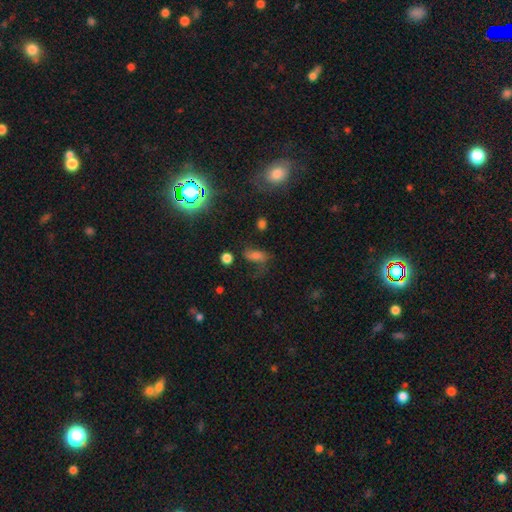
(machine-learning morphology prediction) This appears to be a smooth galaxy with no disk features (46%). Merging: none (49%).